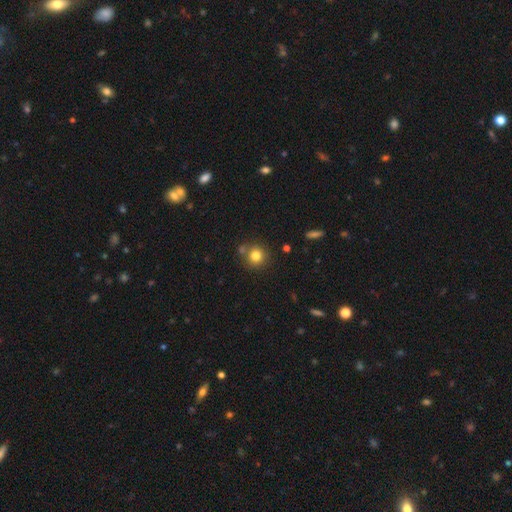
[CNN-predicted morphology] A smooth galaxy with no disk features (80%) that is round (90%).

Vote fractions:
- Smooth or featured? smooth: 80% / star or artifact: 12% / featured or disk: 8%
- How rounded? round: 90% / in between: 9% / cigar-shaped: 1%
- Merging? none: 72% / merger: 14% / minor disturbance: 11% / major disturbance: 3%